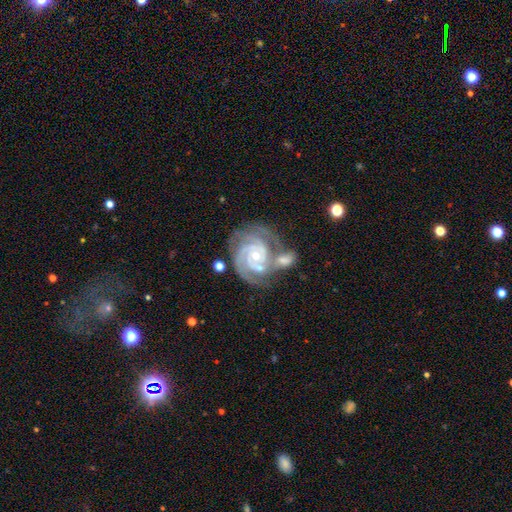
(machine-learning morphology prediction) Smooth or featured? featured or disk (90%)
Edge-on disk? no (98%)
Bar? no (68%)
Spiral arms? yes (98%)
Spiral winding? tight (73%)
Spiral arm count? 3 (43%)
Bulge size? small (50%)
Merging? none (41%)